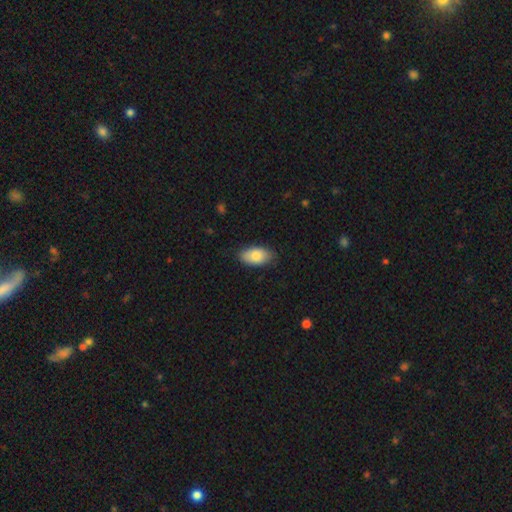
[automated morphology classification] Overall: smooth (82%). How rounded: in between (94%). Merging: none (83%).